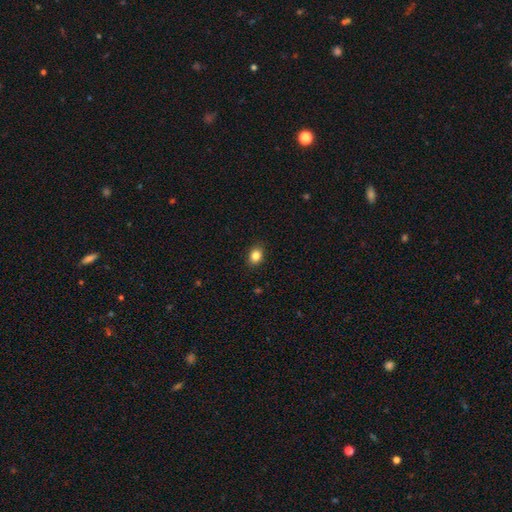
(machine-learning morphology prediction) smooth 85%, star or artifact 10%, featured or disk 5%. Down the decision tree: how rounded — in between (58%); merging — none (88%).